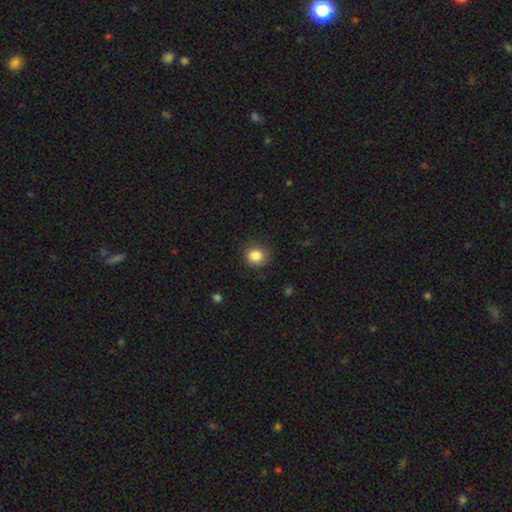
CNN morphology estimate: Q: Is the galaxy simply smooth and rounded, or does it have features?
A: smooth — 86%.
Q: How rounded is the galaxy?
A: round — 81%.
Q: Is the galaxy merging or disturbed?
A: none — 85%.